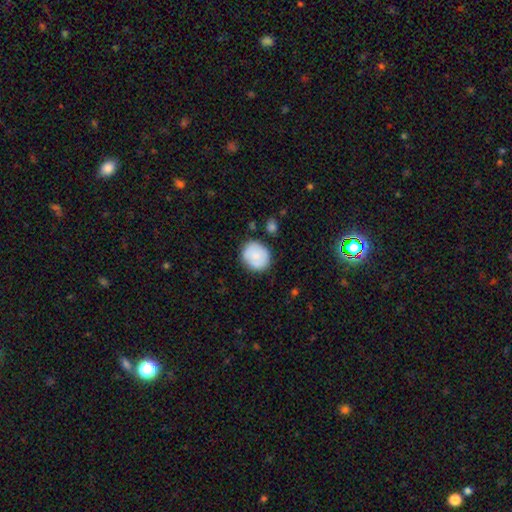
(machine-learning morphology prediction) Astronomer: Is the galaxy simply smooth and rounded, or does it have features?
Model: smooth — 73%.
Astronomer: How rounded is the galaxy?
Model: round — 75%.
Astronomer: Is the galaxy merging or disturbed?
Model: none — 74%.